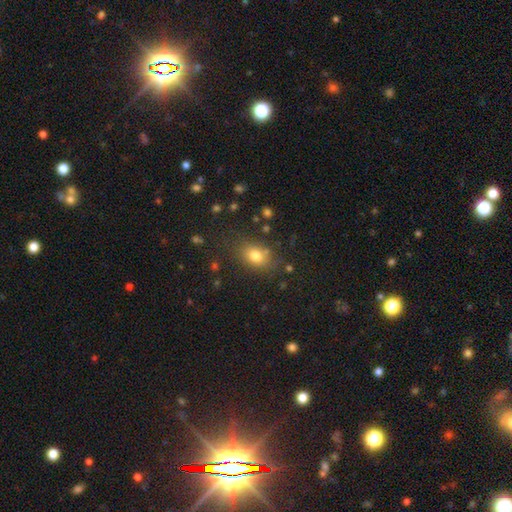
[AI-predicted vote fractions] smooth 78%, star or artifact 13%, featured or disk 9%. Down the decision tree: how rounded — in between (65%); merging — none (76%).